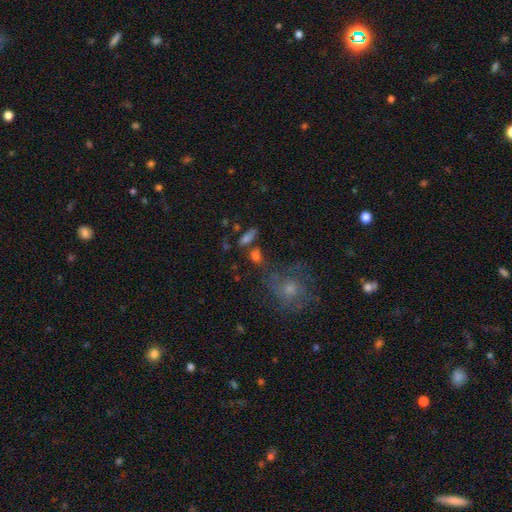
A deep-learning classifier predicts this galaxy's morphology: A smooth galaxy with no disk features (56%) that is in between round and cigar-shaped (58%). Merging: none (58%).